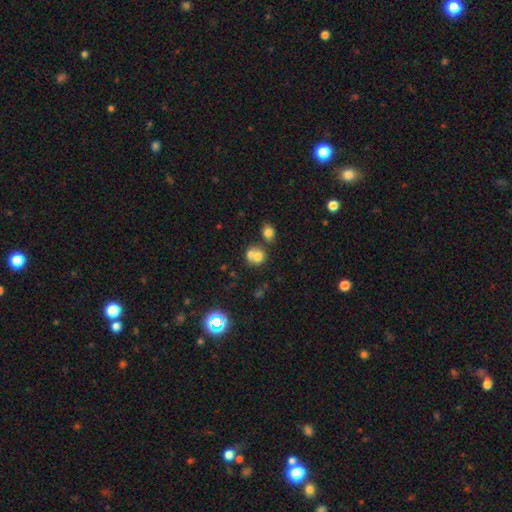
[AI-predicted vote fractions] This appears to be a smooth galaxy with no disk features (68%) that is round (72%). Merging: merger (59%).